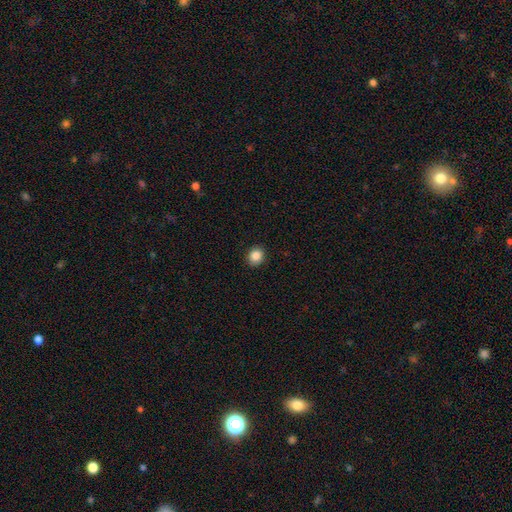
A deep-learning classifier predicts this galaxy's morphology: smooth-or-featured: smooth: 86% | star or artifact: 10% | featured or disk: 4%
  how-rounded: round: 75% | in between: 24% | cigar-shaped: 1%
  merging: none: 91% | minor disturbance: 6% | major disturbance: 2% | merger: 1%